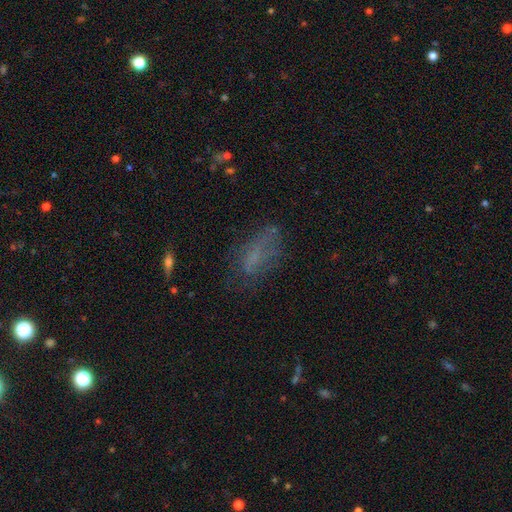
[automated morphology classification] This appears to be a smooth galaxy with no disk features (55%) that is in between round and cigar-shaped (76%). Merging: none (52%).